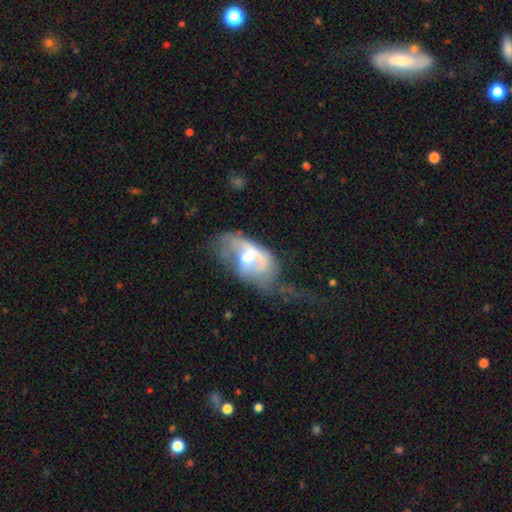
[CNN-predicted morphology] The model was most divided on "smooth or featured": featured or disk: 58%, smooth: 34%, star or artifact: 9%. Remaining: edge-on disk — no (94%); bar — no (71%); spiral arms — no (67%); bulge size — moderate (57%); merging — major disturbance (49%).